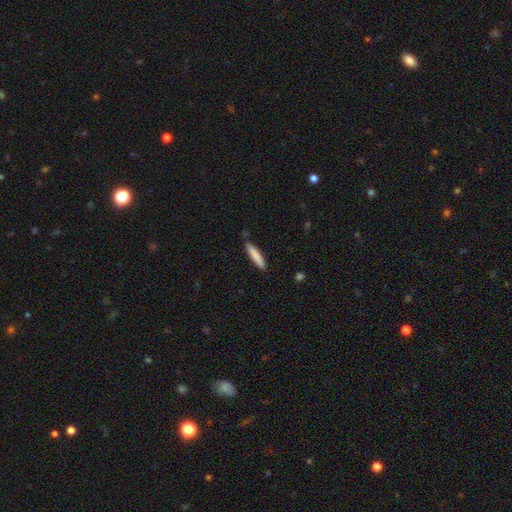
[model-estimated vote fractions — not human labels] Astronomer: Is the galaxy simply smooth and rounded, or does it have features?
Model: smooth — 82%.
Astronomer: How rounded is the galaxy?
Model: cigar-shaped — 87%.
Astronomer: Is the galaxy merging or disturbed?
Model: none — 85%.